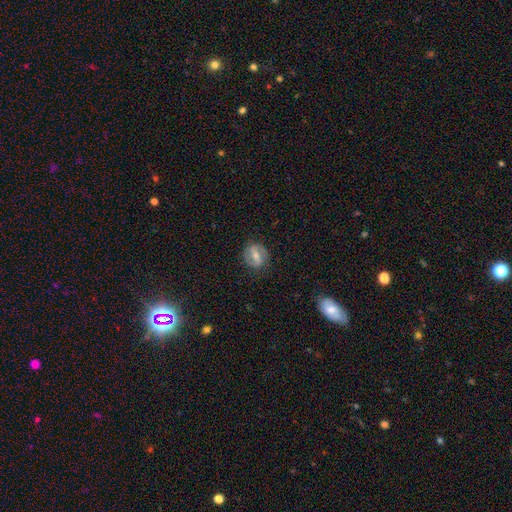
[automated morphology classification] This is likely a featured or disk galaxy (70%). It is clearly not viewed edge-on (96%). Bar: possibly strong (55%). Spiral arm pattern: likely yes (80%). Spiral arm count: clearly 2 (87%). Spiral winding: marginally medium (45%). Central bulge: possibly moderate (55%). Merging: clearly none (82%).